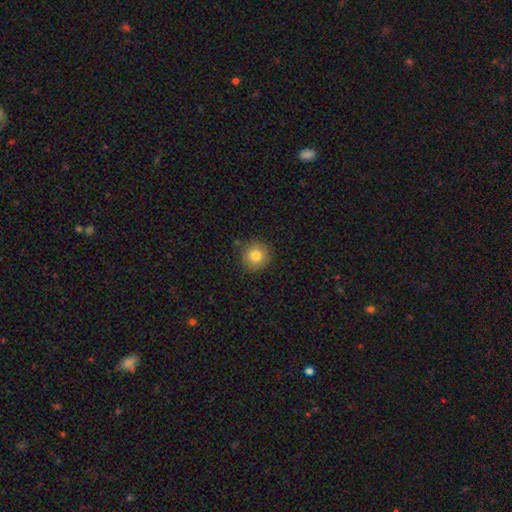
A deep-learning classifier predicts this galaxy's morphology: smooth 81%, star or artifact 10%, featured or disk 9%. Down the decision tree: how rounded — round (94%); merging — none (88%).